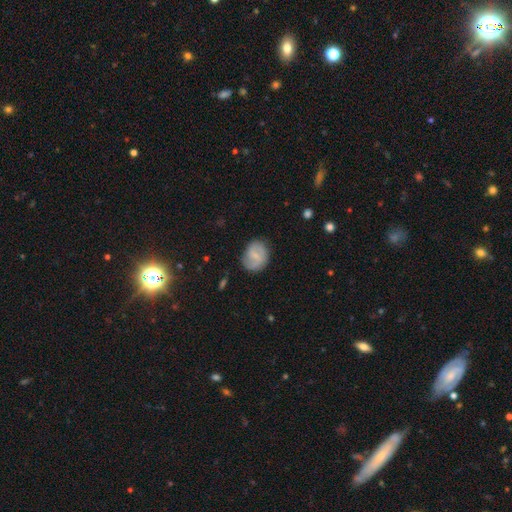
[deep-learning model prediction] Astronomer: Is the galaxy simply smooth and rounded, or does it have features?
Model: featured or disk — 47% (runner-up: smooth, 46%).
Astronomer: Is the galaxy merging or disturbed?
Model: none — 74%.